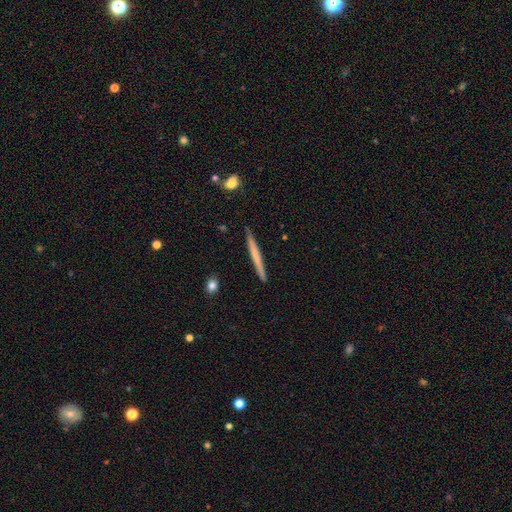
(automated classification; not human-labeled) Overall: smooth (54%; featured or disk 40%). How rounded: cigar-shaped (97%). Merging: none (90%).